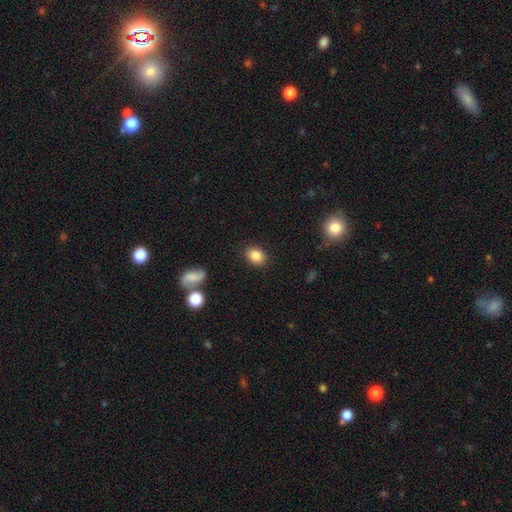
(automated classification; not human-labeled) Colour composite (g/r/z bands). It shows a smooth galaxy with no disk features (84%) that is in between round and cigar-shaped (57%). Merging: none (87%).